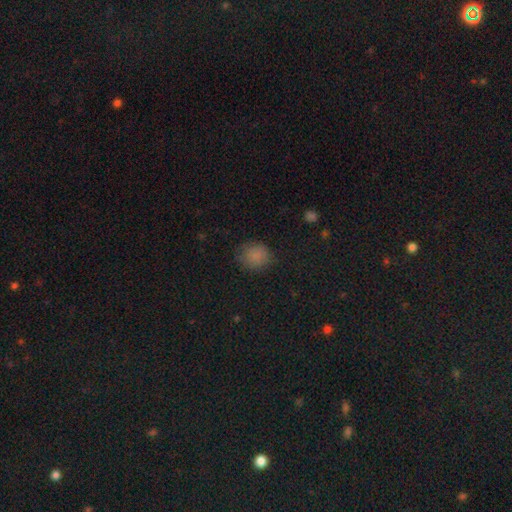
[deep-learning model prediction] Smooth or featured?
  - smooth: 83% *
  - star or artifact: 11%
  - featured or disk: 6%
How rounded?
  - round: 78% *
  - in between: 21%
  - cigar-shaped: 1%
Merging?
  - none: 79% *
  - minor disturbance: 16%
  - major disturbance: 4%
  - merger: 1%